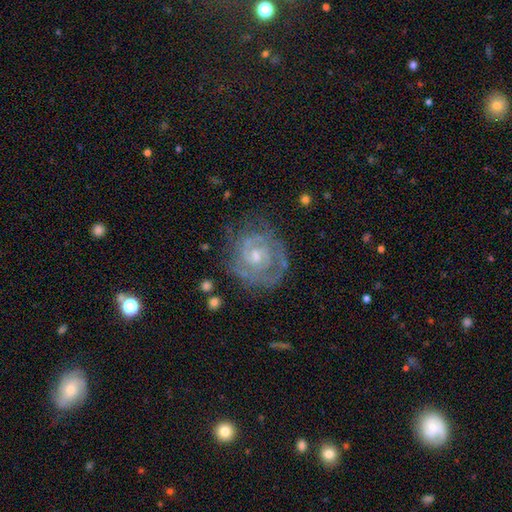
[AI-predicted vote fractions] Smooth or featured?
  - featured or disk: 82% *
  - smooth: 11%
  - star or artifact: 7%
Edge-on disk?
  - no: 97% *
  - yes: 3%
Bar?
  - no: 68% *
  - weak: 27%
  - strong: 5%
Spiral arms?
  - yes: 88% *
  - no: 12%
Spiral winding?
  - tight: 68% *
  - medium: 25%
  - loose: 6%
Spiral arm count?
  - can't tell: 37% *
  - 2: 33%
  - 3: 15%
  - 1: 6%
  - 4: 5%
  - more than 4: 4%
Bulge size?
  - small: 57% *
  - moderate: 38%
  - none: 3%
  - large: 2%
  - dominant: 1%
Merging?
  - none: 68% *
  - minor disturbance: 20%
  - major disturbance: 11%
  - merger: 2%